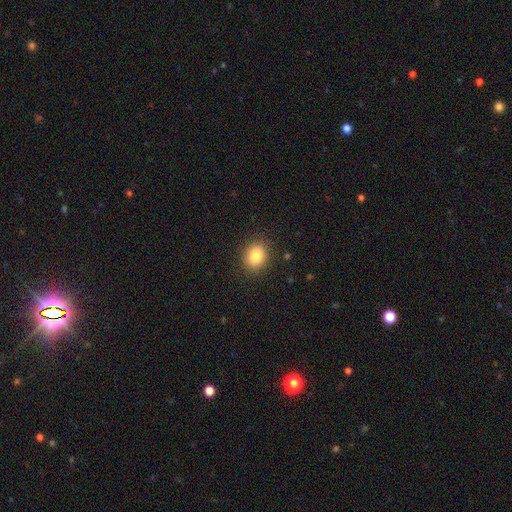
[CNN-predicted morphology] The model was most divided on "how rounded": round: 53%, in between: 46%, cigar-shaped: 1%. More confident: merging — none (89%); smooth or featured — smooth (84%).